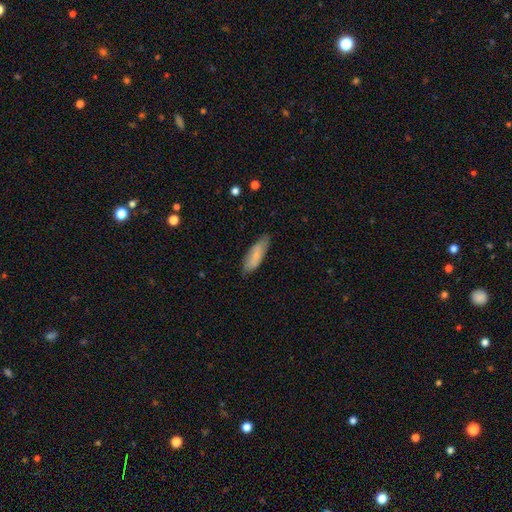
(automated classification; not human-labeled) The model was most divided on "how rounded": in between: 62%, cigar-shaped: 36%, round: 2%. More confident: merging — none (77%); smooth or featured — smooth (72%).